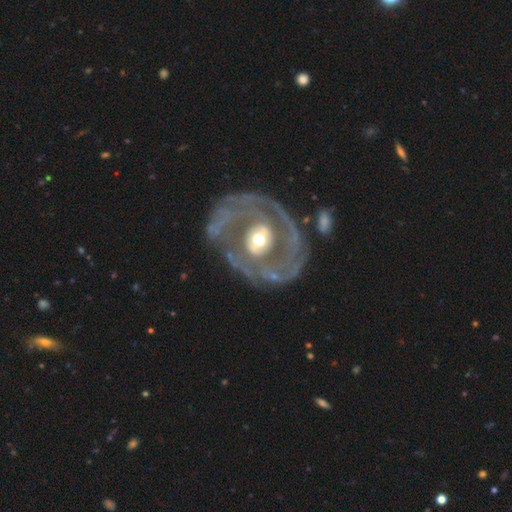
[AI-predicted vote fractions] Q: Smooth or featured?
A: featured or disk (82%); runner-up: smooth (12%)
Q: Edge-on disk?
A: no (95%); runner-up: yes (5%)
Q: Bar?
A: no (45%); runner-up: weak (31%)
Q: Spiral arms?
A: yes (59%); runner-up: no (41%)
Q: Bulge size?
A: moderate (65%); runner-up: small (21%)
Q: Merging?
A: none (72%); runner-up: minor disturbance (15%)